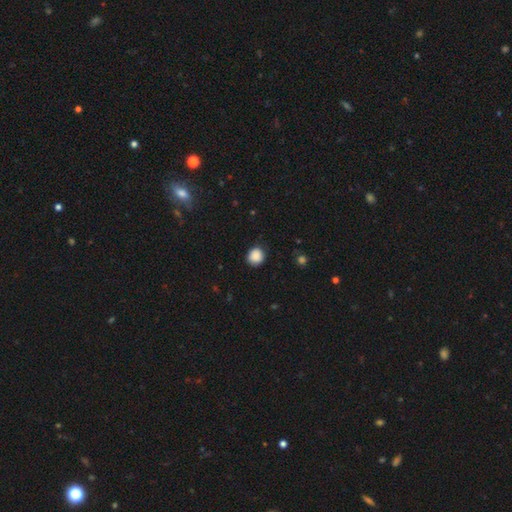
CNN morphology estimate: Overall: smooth (88%). How rounded: round (88%). Merging: none (87%).